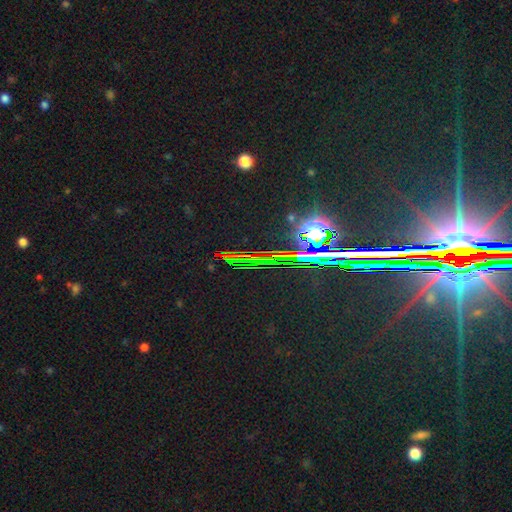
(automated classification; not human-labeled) This appears to be a star or artifact, not a galaxy (85%).